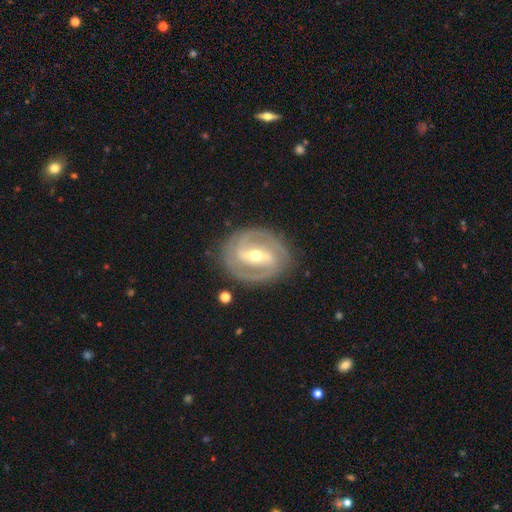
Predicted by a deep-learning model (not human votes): Smooth or featured? featured or disk (88%)
Edge-on disk? no (96%)
Bar? strong (59%)
Spiral arms? yes (94%)
Spiral winding? tight (54%)
Spiral arm count? 2 (81%)
Bulge size? moderate (56%)
Merging? none (84%)